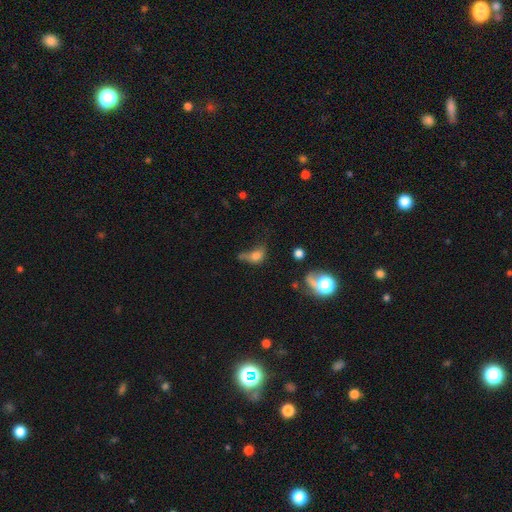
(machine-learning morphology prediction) smooth 62%, featured or disk 21%, star or artifact 16%. Down the decision tree: how rounded — in between (66%); merging — major disturbance (33%).